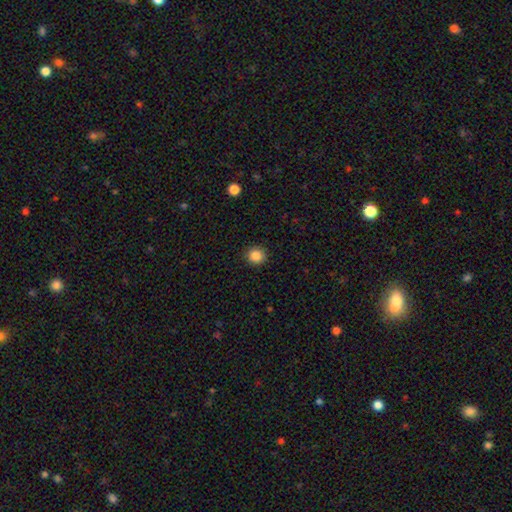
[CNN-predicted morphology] Q: Smooth or featured?
A: smooth (86%); runner-up: star or artifact (10%)
Q: How rounded?
A: round (92%); runner-up: in between (7%)
Q: Merging?
A: none (91%); runner-up: minor disturbance (6%)